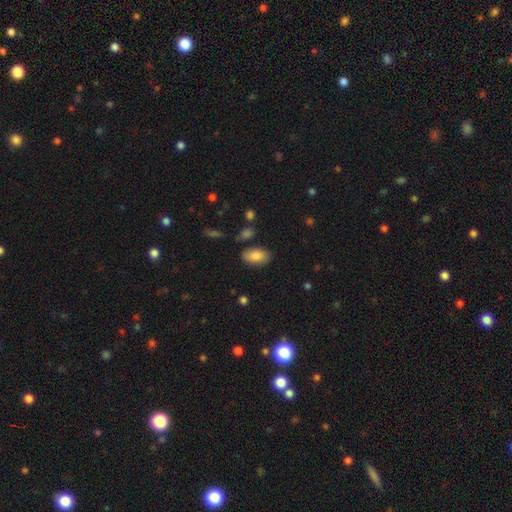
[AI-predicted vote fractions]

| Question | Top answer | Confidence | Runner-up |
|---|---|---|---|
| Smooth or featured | smooth | 82% | featured or disk (12%) |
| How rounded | in between | 94% | round (4%) |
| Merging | none | 77% | minor disturbance (15%) |